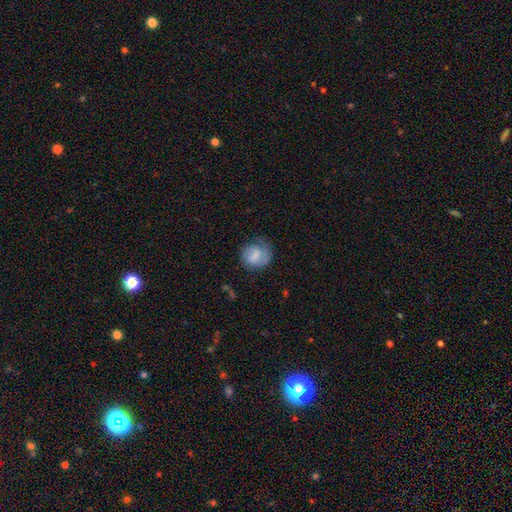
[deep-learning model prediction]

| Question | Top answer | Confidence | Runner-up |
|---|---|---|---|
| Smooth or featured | smooth | 63% | featured or disk (30%) |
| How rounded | round | 73% | in between (26%) |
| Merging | none | 53% | minor disturbance (27%) |